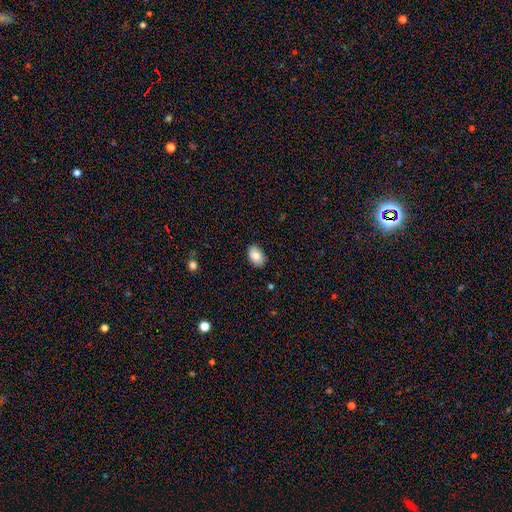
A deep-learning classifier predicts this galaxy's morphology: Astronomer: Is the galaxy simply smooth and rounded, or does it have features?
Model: smooth — 85%.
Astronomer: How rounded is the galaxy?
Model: in between — 87%.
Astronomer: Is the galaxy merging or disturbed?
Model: none — 87%.